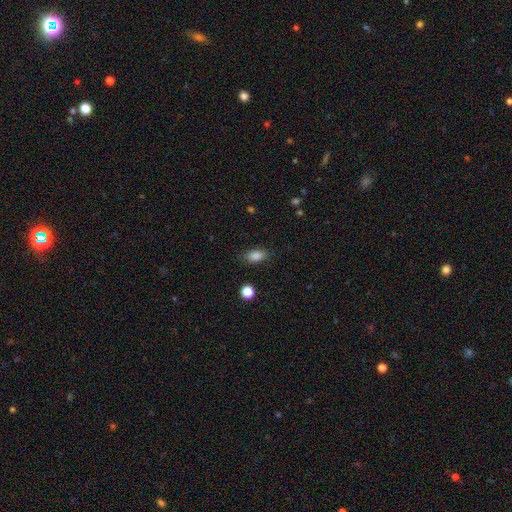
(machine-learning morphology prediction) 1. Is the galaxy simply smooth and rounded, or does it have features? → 85% smooth, 10% star or artifact, 5% featured or disk.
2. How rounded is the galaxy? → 87% in between, 9% round, 4% cigar-shaped.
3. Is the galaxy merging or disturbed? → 84% none, 11% minor disturbance, 3% major disturbance, 1% merger.